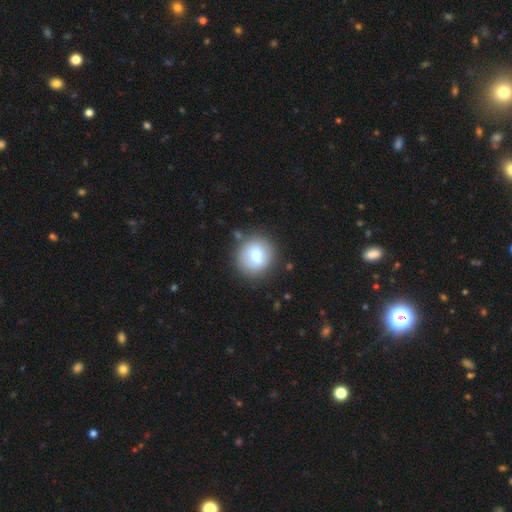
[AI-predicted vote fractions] Overall: smooth (76%). How rounded: round (85%). Merging: none (78%).